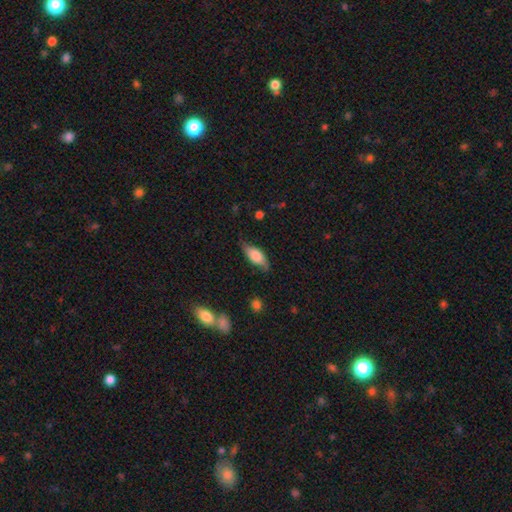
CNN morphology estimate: Smooth or featured?
  - smooth: 69% *
  - featured or disk: 24%
  - star or artifact: 7%
How rounded?
  - in between: 81% *
  - cigar-shaped: 16%
  - round: 3%
Merging?
  - none: 67% *
  - minor disturbance: 26%
  - major disturbance: 6%
  - merger: 2%